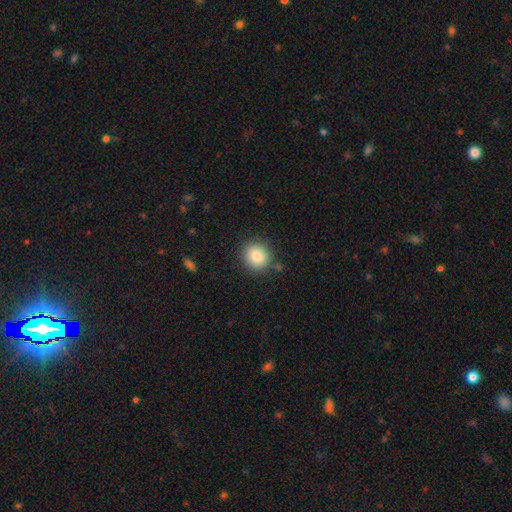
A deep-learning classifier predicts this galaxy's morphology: Overall: smooth (86%). How rounded: round (87%). Merging: none (85%).